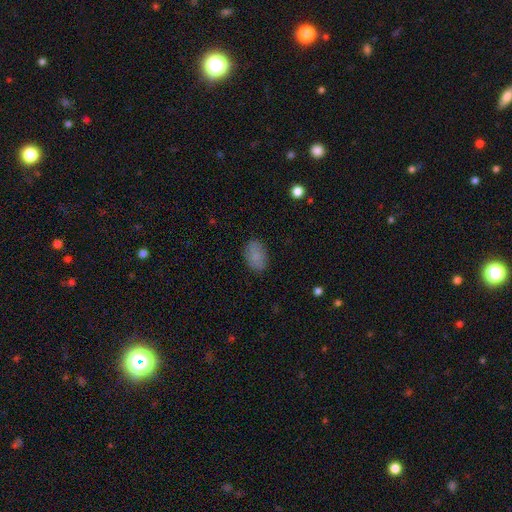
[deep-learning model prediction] Smooth or featured? smooth (86%)
How rounded? in between (89%)
Merging? none (85%)